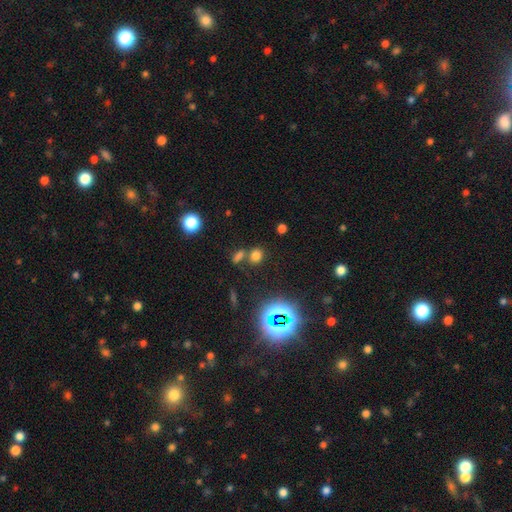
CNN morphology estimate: smooth-or-featured: smooth: 65% | star or artifact: 28% | featured or disk: 7%
  how-rounded: round: 60% | in between: 38% | cigar-shaped: 3%
  merging: none: 67% | merger: 19% | minor disturbance: 9% | major disturbance: 4%